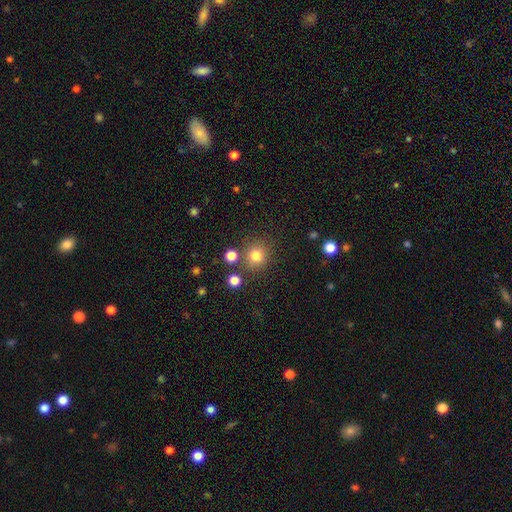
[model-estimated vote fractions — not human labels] Morphology: type=smooth (80%); roundness=round (86%); merging=none (78%).